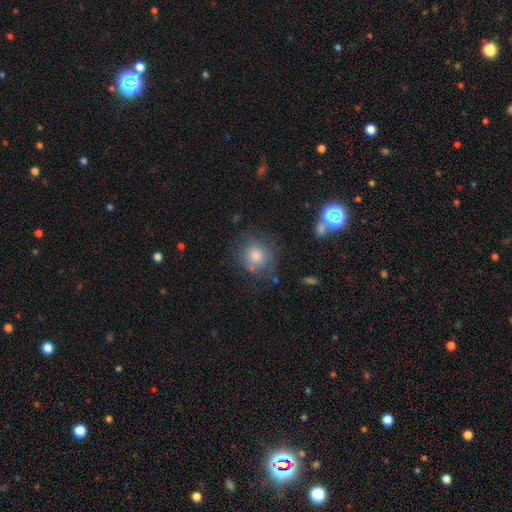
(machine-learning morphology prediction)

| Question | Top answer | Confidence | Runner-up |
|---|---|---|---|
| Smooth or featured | smooth | 64% | featured or disk (19%) |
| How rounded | round | 85% | in between (14%) |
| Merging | none | 70% | minor disturbance (18%) |